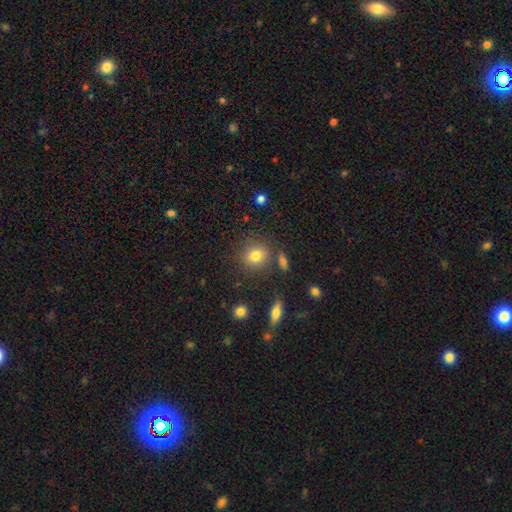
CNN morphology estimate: This is likely a smooth galaxy (79%). How rounded: likely round (78%). Merging: clearly none (80%).